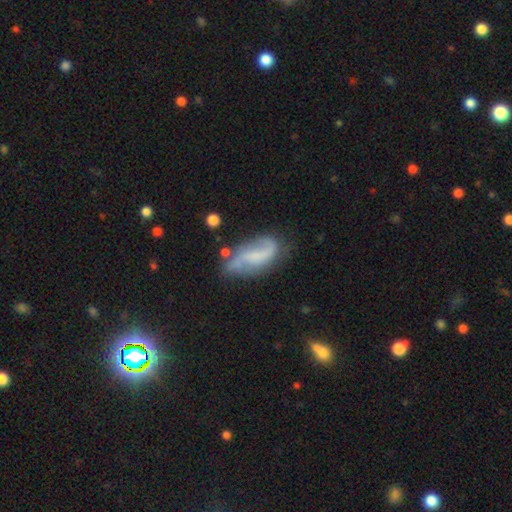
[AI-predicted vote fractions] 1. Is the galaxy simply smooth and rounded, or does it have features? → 66% featured or disk, 26% smooth, 8% star or artifact.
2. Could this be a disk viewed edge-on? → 94% no, 6% yes.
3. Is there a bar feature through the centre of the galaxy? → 41% weak, 39% no, 20% strong.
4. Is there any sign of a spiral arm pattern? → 87% yes, 13% no.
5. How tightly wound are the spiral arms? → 63% loose, 26% medium, 10% tight.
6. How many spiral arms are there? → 78% 2, 10% can't tell, 8% 1, 2% 3, 1% 4, 1% more than 4.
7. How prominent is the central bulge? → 48% none, 33% small, 15% moderate, 3% large, 1% dominant.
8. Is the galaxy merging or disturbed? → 56% none, 26% minor disturbance, 12% major disturbance, 6% merger.